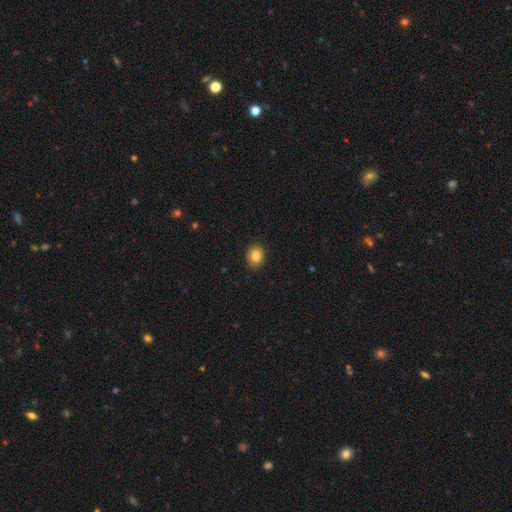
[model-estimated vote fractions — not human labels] A smooth galaxy with no disk features (85%) that is round (57%).

Vote fractions:
- Smooth or featured? smooth: 85% / star or artifact: 9% / featured or disk: 6%
- How rounded? round: 57% / in between: 42% / cigar-shaped: 1%
- Merging? none: 90% / minor disturbance: 7% / major disturbance: 2% / merger: 1%